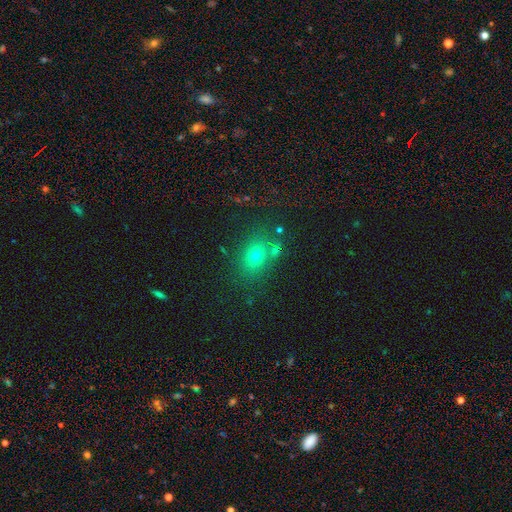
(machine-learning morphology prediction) Smooth or featured: smooth — 67% (star or artifact — 20%)
How rounded: in between — 55% (round — 44%)
Merging: none — 76% (minor disturbance — 13%)